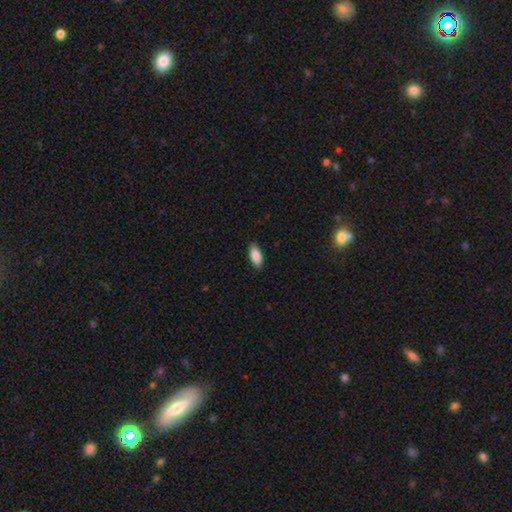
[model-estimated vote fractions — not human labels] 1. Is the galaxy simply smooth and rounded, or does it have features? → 88% smooth, 6% star or artifact, 6% featured or disk.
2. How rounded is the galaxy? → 86% in between, 12% cigar-shaped, 2% round.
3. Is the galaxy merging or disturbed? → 88% none, 9% minor disturbance, 2% major disturbance, 1% merger.